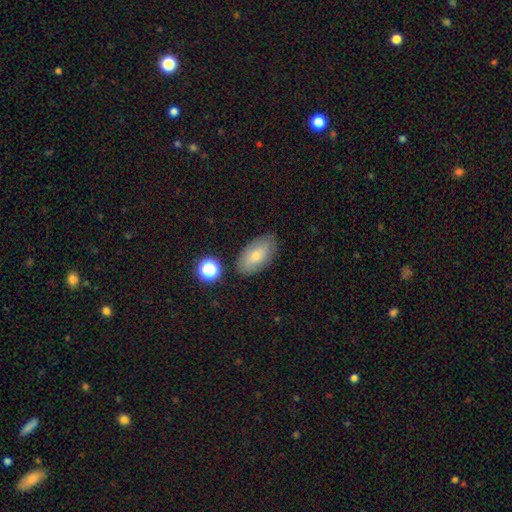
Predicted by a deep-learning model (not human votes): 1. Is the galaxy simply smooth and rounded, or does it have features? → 73% smooth, 19% featured or disk, 8% star or artifact.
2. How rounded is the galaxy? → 92% in between, 4% round, 4% cigar-shaped.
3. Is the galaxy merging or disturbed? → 79% none, 15% minor disturbance, 4% major disturbance, 3% merger.